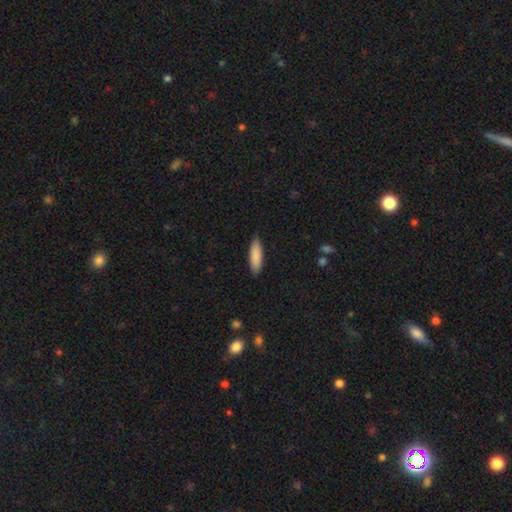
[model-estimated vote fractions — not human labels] smooth 88%, featured or disk 7%, star or artifact 5%. Down the decision tree: how rounded — cigar-shaped (61%); merging — none (89%).